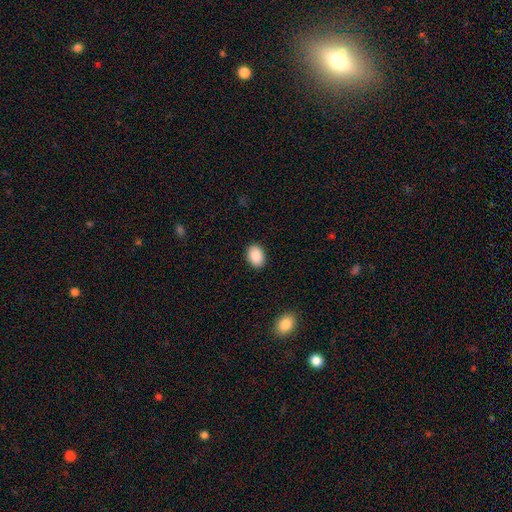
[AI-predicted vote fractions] Smooth or featured? Predicted: smooth (p=0.90). How rounded? Predicted: in between (p=0.77). Merging? Predicted: none (p=0.90).